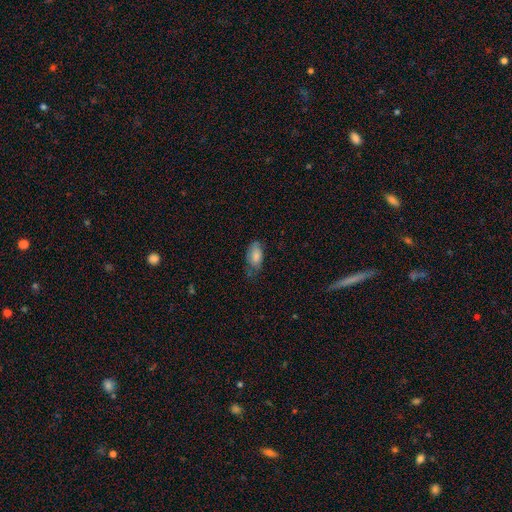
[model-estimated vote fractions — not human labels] smooth_or_featured: smooth (p=0.78) [alt: featured or disk p=0.15]
how_rounded: in between (p=0.93) [alt: round p=0.04]
merging: none (p=0.53) [alt: minor disturbance p=0.34]